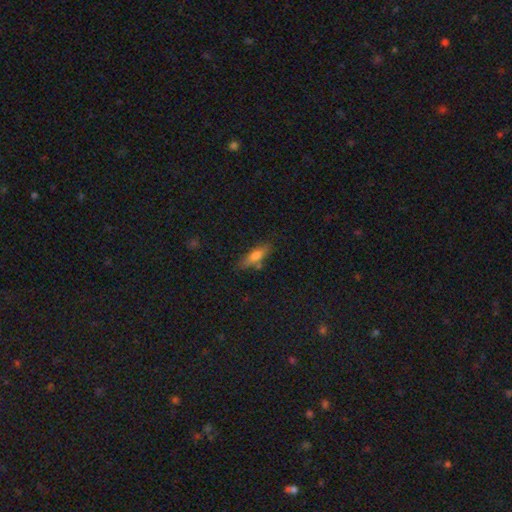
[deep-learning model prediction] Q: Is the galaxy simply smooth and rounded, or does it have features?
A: smooth — 66%.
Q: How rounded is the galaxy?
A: in between — 52%.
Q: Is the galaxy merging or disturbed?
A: none — 70%.